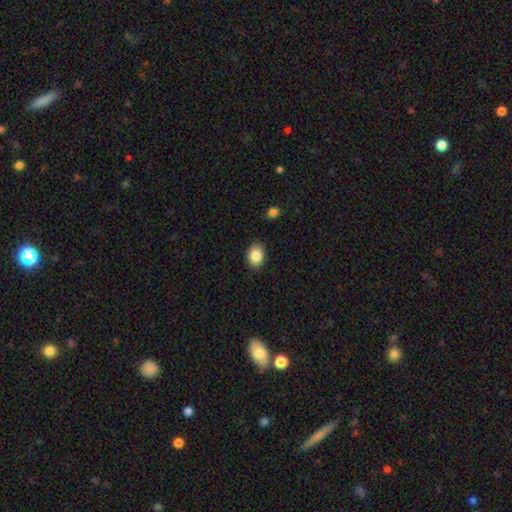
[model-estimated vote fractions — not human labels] A smooth galaxy with no disk features (86%) that is in between round and cigar-shaped (70%).

Vote fractions:
- Smooth or featured? smooth: 86% / star or artifact: 8% / featured or disk: 6%
- How rounded? in between: 70% / round: 29% / cigar-shaped: 1%
- Merging? none: 88% / minor disturbance: 9% / major disturbance: 2% / merger: 1%